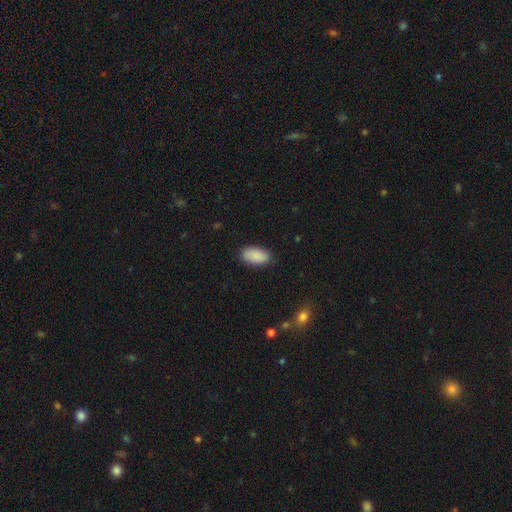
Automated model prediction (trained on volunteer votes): Smooth or featured?
  - smooth: 90% *
  - star or artifact: 6%
  - featured or disk: 4%
How rounded?
  - in between: 94% *
  - round: 3%
  - cigar-shaped: 3%
Merging?
  - none: 86% *
  - minor disturbance: 11%
  - major disturbance: 2%
  - merger: 1%